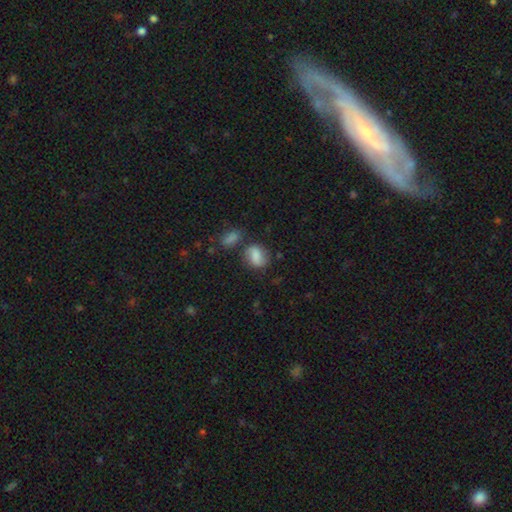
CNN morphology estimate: A smooth galaxy with no disk features (78%) that is in between round and cigar-shaped (61%). Merging: none (58%).